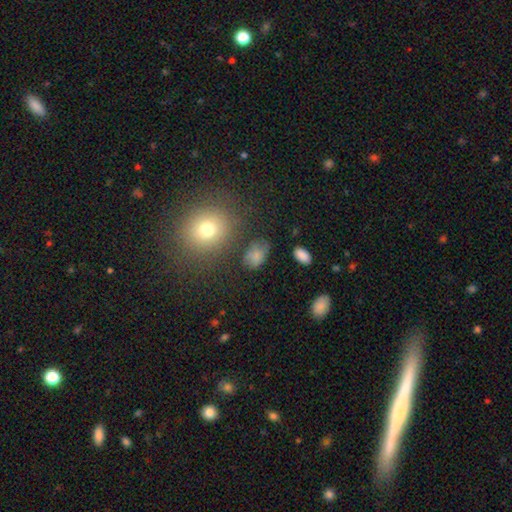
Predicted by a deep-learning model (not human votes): The model was most divided on "merging": none: 55%, minor disturbance: 26%, major disturbance: 13%, merger: 6%. More confident: how rounded — in between (78%); smooth or featured — smooth (70%).